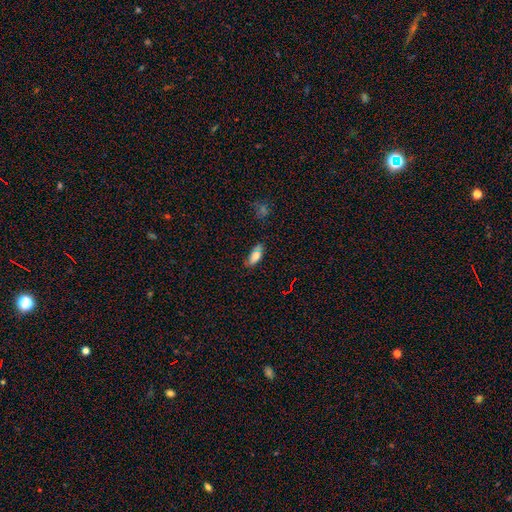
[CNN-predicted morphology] Smooth or featured: smooth — 76% (featured or disk — 15%)
How rounded: in between — 81% (cigar-shaped — 16%)
Merging: none — 68% (minor disturbance — 24%)